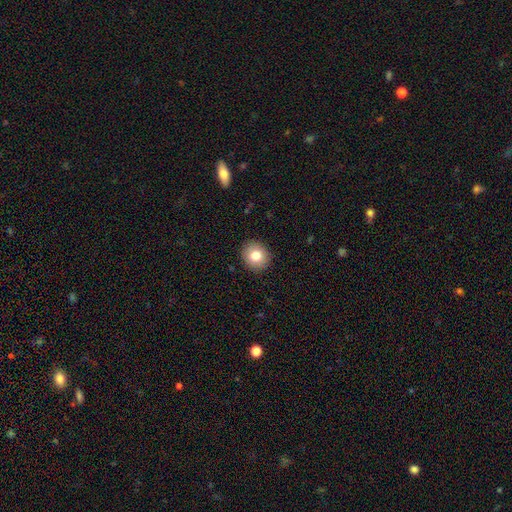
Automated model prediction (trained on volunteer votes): Morphology: type=smooth (81%); roundness=round (78%); merging=none (91%).